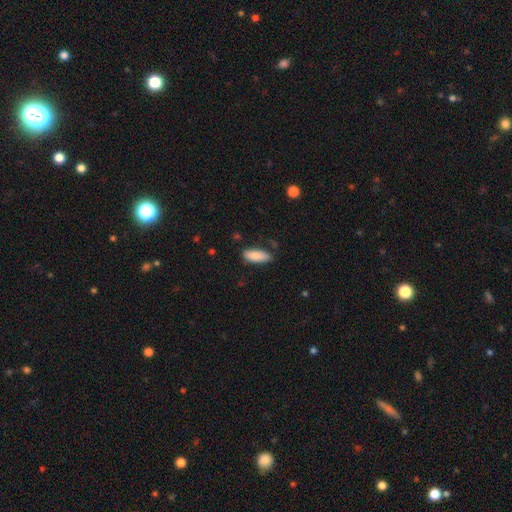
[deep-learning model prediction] The model was most divided on "how rounded": in between: 73%, cigar-shaped: 26%, round: 2%. More confident: smooth or featured — smooth (85%); merging — none (79%).